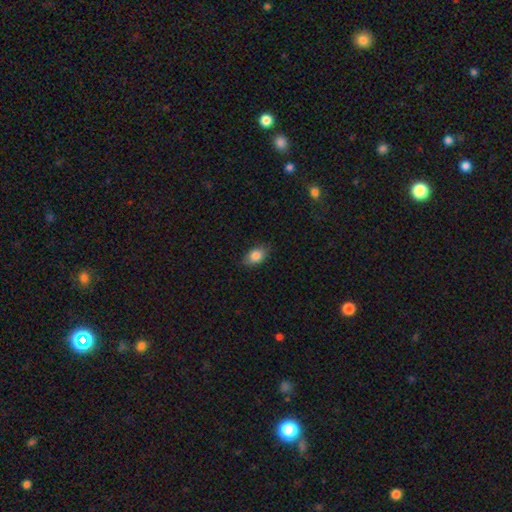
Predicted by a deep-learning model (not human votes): Overall: smooth (84%). How rounded: in between (86%). Merging: none (81%).